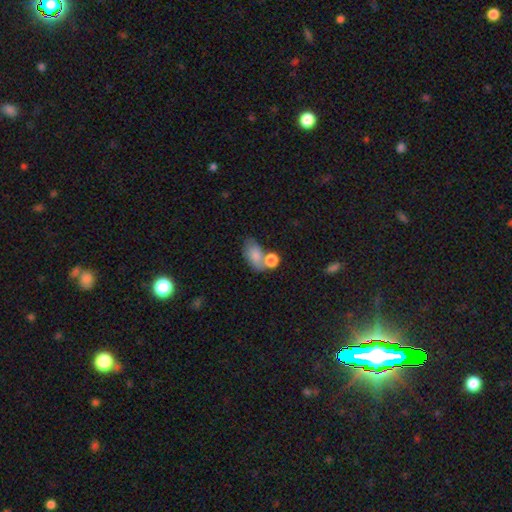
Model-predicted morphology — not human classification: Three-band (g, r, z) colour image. It shows a smooth galaxy with no disk features (78%) that is in between round and cigar-shaped (86%). Merging: none (39%).